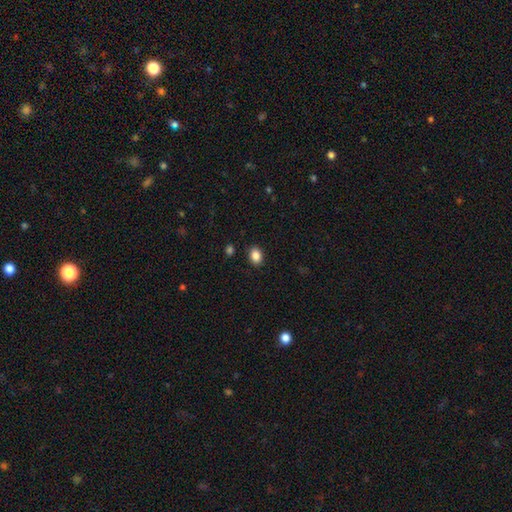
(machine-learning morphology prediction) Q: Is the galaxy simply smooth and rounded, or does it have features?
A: smooth — 86%.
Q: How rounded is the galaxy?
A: in between — 73%.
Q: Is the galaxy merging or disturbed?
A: none — 88%.